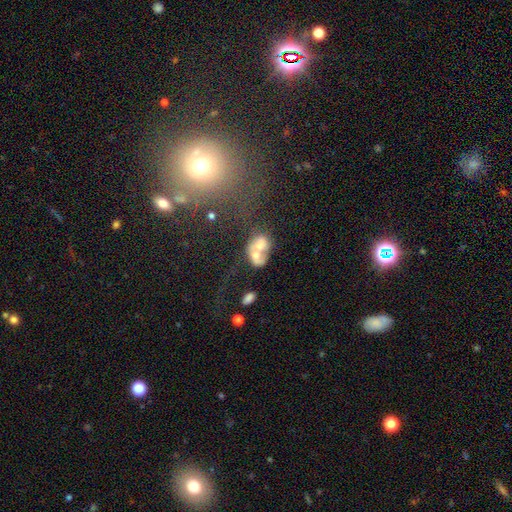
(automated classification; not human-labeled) Smooth or featured?
  - smooth: 50% *
  - featured or disk: 40%
  - star or artifact: 9%
How rounded?
  - in between: 66% *
  - round: 33%
  - cigar-shaped: 1%
Merging?
  - merger: 73% *
  - none: 12%
  - major disturbance: 9%
  - minor disturbance: 7%